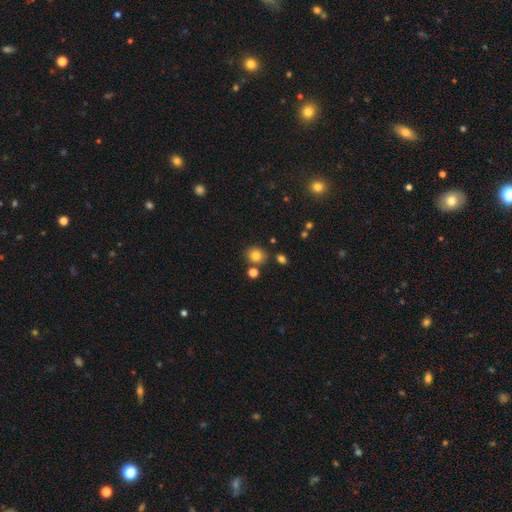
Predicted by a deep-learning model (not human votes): Q: Smooth or featured?
A: smooth (81%); runner-up: star or artifact (13%)
Q: How rounded?
A: round (79%); runner-up: in between (20%)
Q: Merging?
A: none (79%); runner-up: minor disturbance (10%)